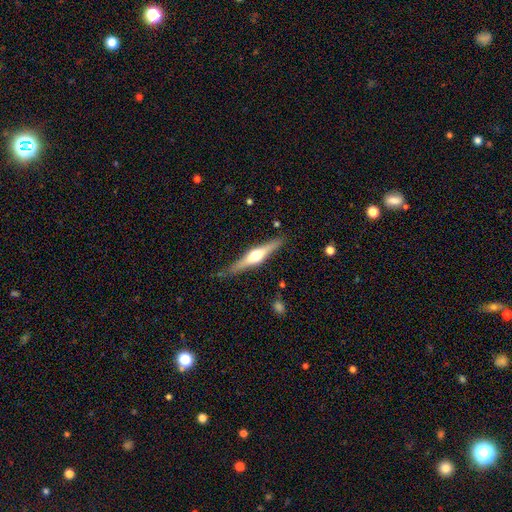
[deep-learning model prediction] smooth_or_featured: featured or disk (p=0.73) [alt: smooth p=0.21]
disk_edge_on: yes (p=0.98) [alt: no p=0.02]
edge_on_bulge: rounded (p=0.94) [alt: boxy p=0.04]
merging: none (p=0.86) [alt: minor disturbance p=0.11]